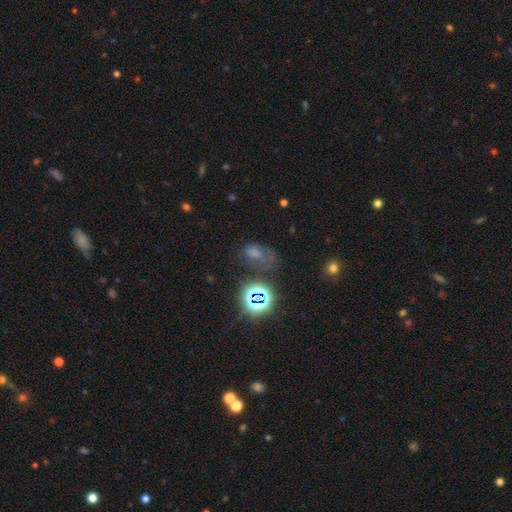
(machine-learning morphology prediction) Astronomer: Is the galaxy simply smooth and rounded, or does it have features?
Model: star or artifact — 58%.